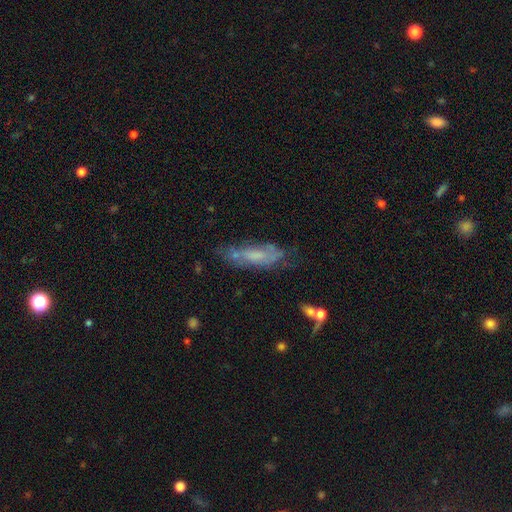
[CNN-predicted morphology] Smooth or featured: smooth — 46% (featured or disk — 44%)
Merging: none — 43% (minor disturbance — 29%)